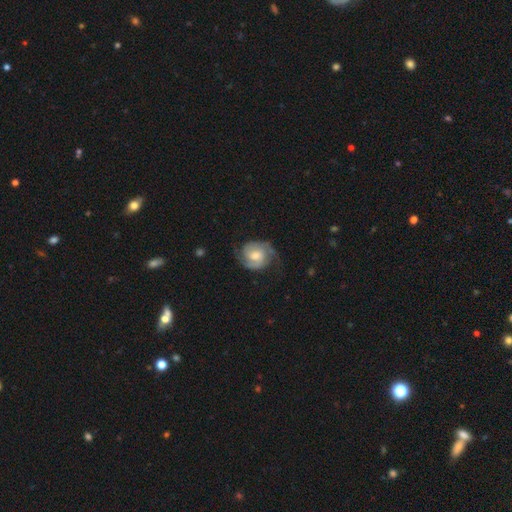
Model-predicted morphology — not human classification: Smooth or featured?
  - featured or disk: 83% *
  - smooth: 12%
  - star or artifact: 5%
Edge-on disk?
  - no: 98% *
  - yes: 2%
Bar?
  - no: 56% *
  - weak: 37%
  - strong: 8%
Spiral arms?
  - yes: 97% *
  - no: 3%
Spiral winding?
  - medium: 45% *
  - tight: 42%
  - loose: 13%
Spiral arm count?
  - 2: 89% *
  - can't tell: 5%
  - 3: 2%
  - 1: 2%
  - 4: 1%
  - more than 4: 1%
Bulge size?
  - moderate: 59% *
  - small: 27%
  - large: 10%
  - none: 4%
  - dominant: 1%
Merging?
  - none: 71% *
  - minor disturbance: 19%
  - major disturbance: 9%
  - merger: 1%